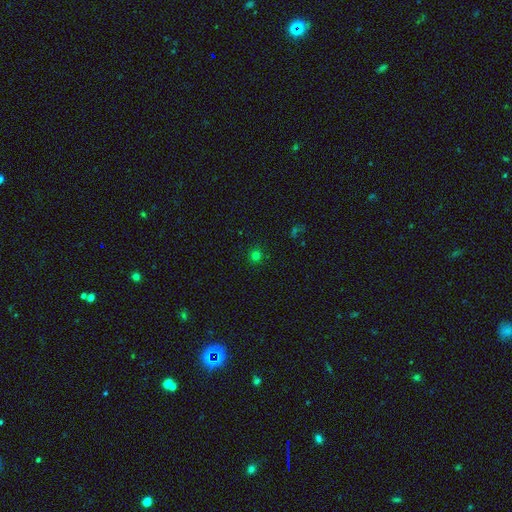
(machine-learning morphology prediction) Smooth or featured?
  - smooth: 76% *
  - star or artifact: 19%
  - featured or disk: 5%
How rounded?
  - round: 91% *
  - in between: 8%
  - cigar-shaped: 1%
Merging?
  - none: 90% *
  - minor disturbance: 6%
  - major disturbance: 2%
  - merger: 1%